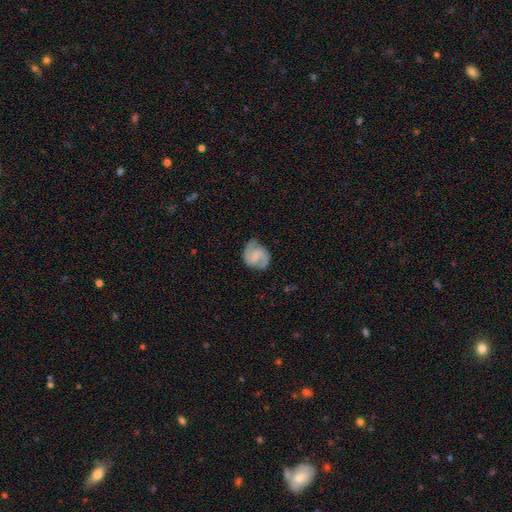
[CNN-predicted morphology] Overall: featured or disk (81%). Edge-on disk: no (98%). Bar: weak (46%; no 37%). Spiral arms: yes (96%). Spiral arm count: 2 (91%). Spiral winding: medium (53%; tight 30%). Bulge size: none (58%; small 24%). Merging: none (77%).